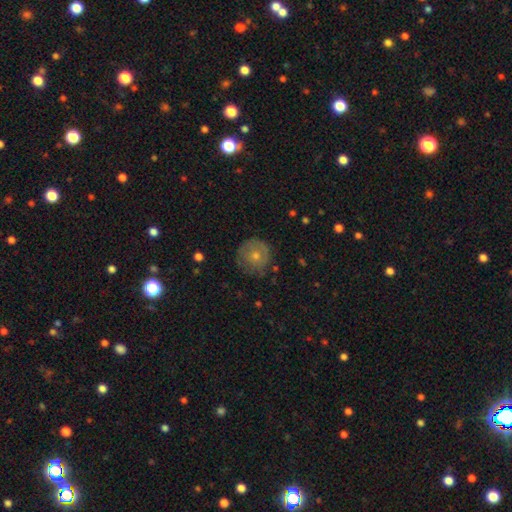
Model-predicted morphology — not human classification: smooth 44%, featured or disk 43%, star or artifact 13%. Down the decision tree: merging — none (82%).